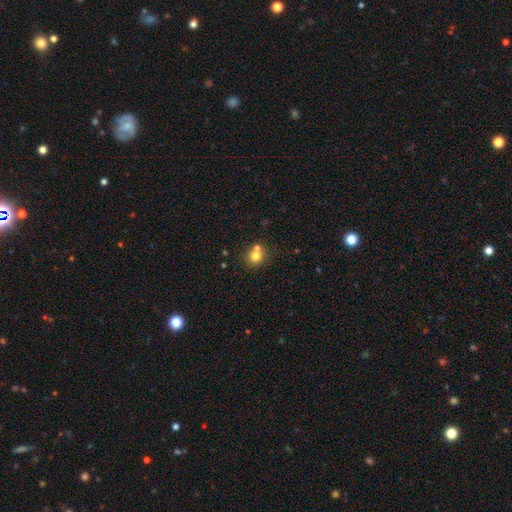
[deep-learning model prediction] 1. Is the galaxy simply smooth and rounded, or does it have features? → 76% smooth, 13% star or artifact, 11% featured or disk.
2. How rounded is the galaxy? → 87% round, 13% in between, 1% cigar-shaped.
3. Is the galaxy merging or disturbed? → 57% none, 33% merger, 8% minor disturbance, 3% major disturbance.